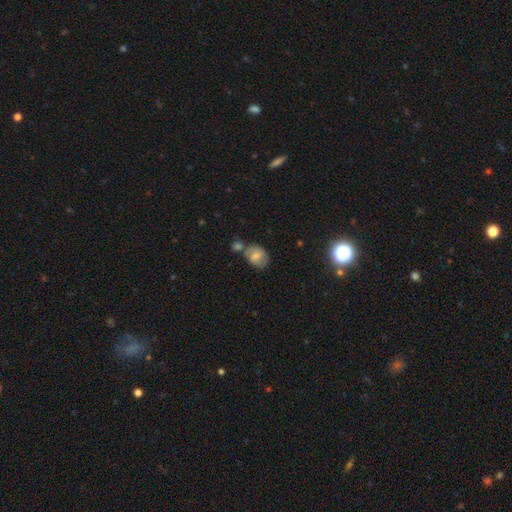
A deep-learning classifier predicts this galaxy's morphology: Overall: smooth (56%; featured or disk 34%). How rounded: in between (65%; round 33%). Merging: none (47%; merger 28%).